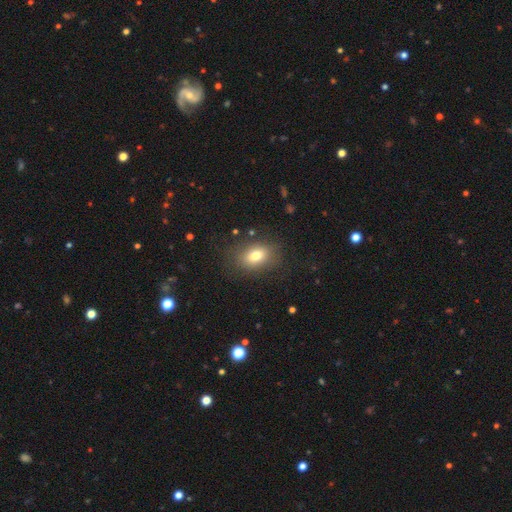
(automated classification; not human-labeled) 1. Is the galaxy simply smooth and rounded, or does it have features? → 77% smooth, 12% featured or disk, 11% star or artifact.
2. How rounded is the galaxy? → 73% in between, 25% round, 1% cigar-shaped.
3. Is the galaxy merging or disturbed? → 81% none, 13% minor disturbance, 5% major disturbance, 1% merger.